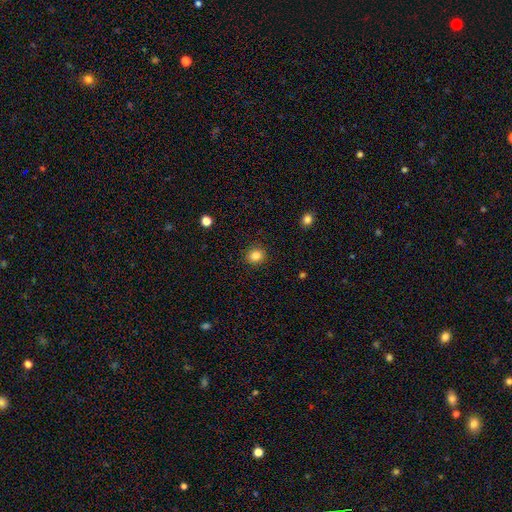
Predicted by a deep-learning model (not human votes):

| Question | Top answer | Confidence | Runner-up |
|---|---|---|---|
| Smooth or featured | smooth | 84% | star or artifact (11%) |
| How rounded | round | 80% | in between (19%) |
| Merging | none | 90% | minor disturbance (7%) |